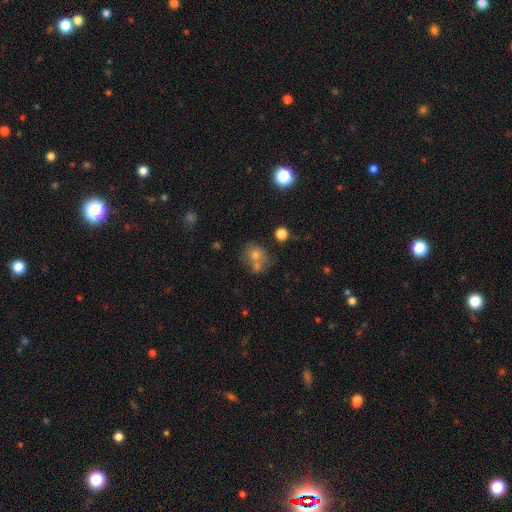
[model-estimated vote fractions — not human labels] Smooth or featured: smooth — 60% (star or artifact — 23%)
How rounded: round — 75% (in between — 24%)
Merging: none — 51% (merger — 32%)